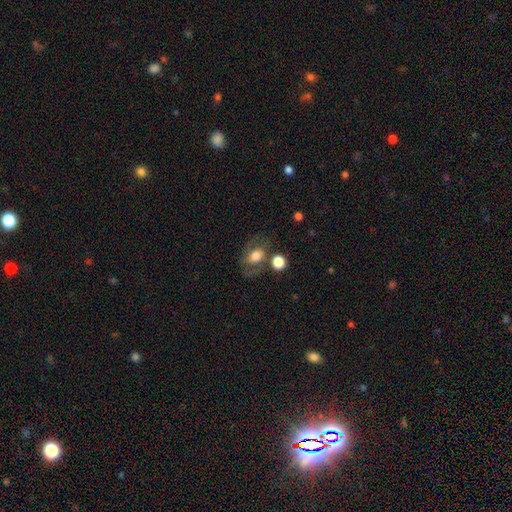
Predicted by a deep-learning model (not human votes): This is likely a smooth galaxy (63%). How rounded: likely in between (63%). Merging: possibly none (54%).